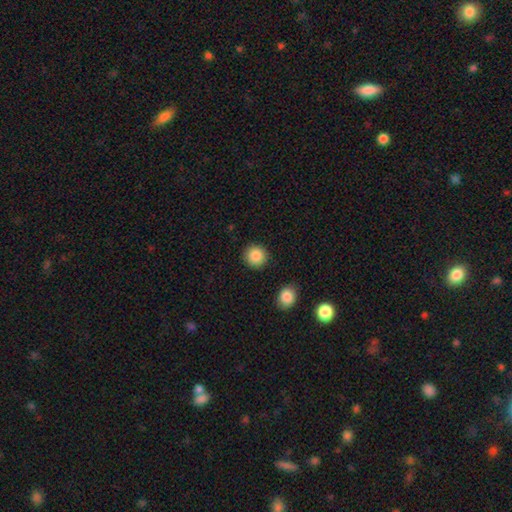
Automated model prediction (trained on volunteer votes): Smooth or featured: smooth — 88% (star or artifact — 8%)
How rounded: round — 93% (in between — 6%)
Merging: none — 90% (minor disturbance — 6%)